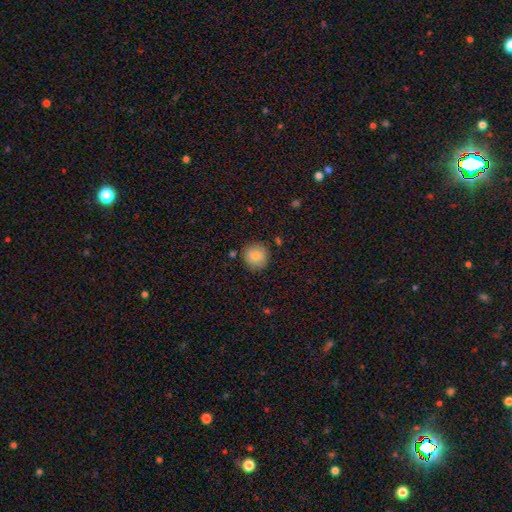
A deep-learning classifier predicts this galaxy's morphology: type=smooth (83%); roundness=round (92%); merging=none (85%).